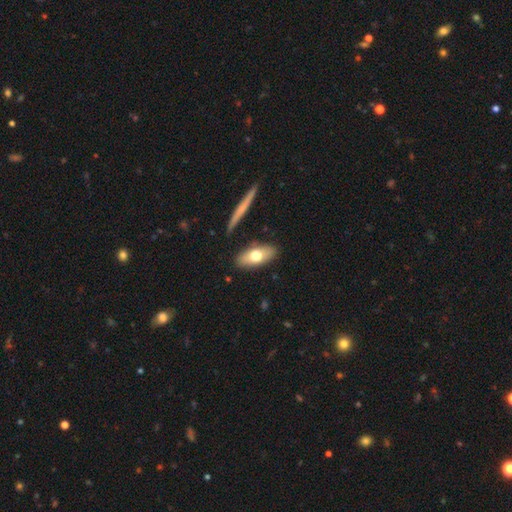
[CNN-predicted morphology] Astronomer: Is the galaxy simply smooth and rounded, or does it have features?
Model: smooth — 65%.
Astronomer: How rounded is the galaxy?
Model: in between — 81%.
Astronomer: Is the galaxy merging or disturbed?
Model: none — 84%.